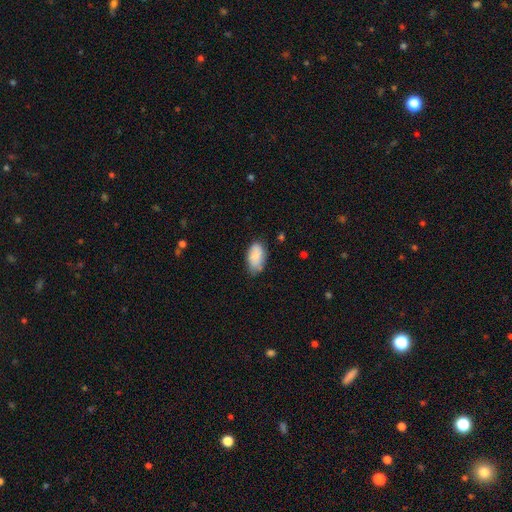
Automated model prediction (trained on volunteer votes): Smooth or featured?
  - smooth: 79% *
  - featured or disk: 14%
  - star or artifact: 7%
How rounded?
  - in between: 94% *
  - round: 4%
  - cigar-shaped: 2%
Merging?
  - none: 69% *
  - minor disturbance: 25%
  - major disturbance: 4%
  - merger: 2%